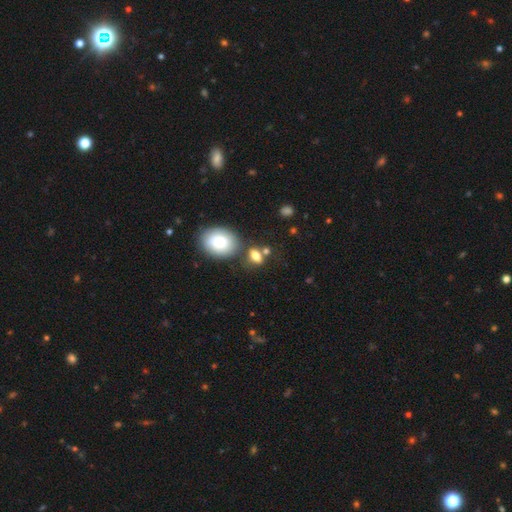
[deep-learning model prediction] Smooth or featured? Predicted: smooth (p=0.75). How rounded? Predicted: in between (p=0.69). Merging? Predicted: none (p=0.58).